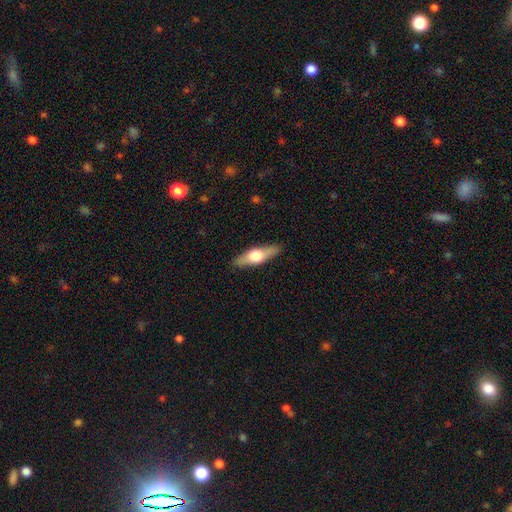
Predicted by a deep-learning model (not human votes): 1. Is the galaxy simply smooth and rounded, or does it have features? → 53% featured or disk, 42% smooth, 5% star or artifact.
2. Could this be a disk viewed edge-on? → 92% yes, 8% no.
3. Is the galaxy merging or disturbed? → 89% none, 8% minor disturbance, 2% major disturbance, 1% merger.